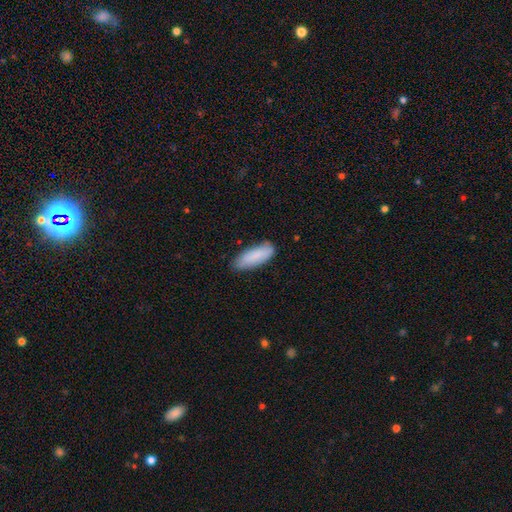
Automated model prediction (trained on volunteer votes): Smooth or featured? smooth (86%)
How rounded? in between (61%)
Merging? none (80%)